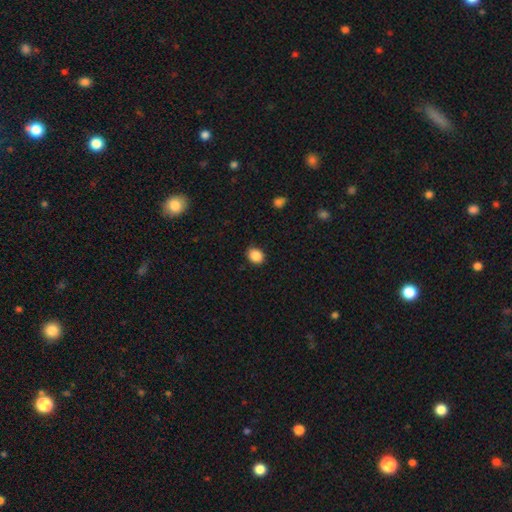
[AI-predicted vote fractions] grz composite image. It shows a smooth galaxy with no disk features (87%) that is round (52%). Merging: none (85%).